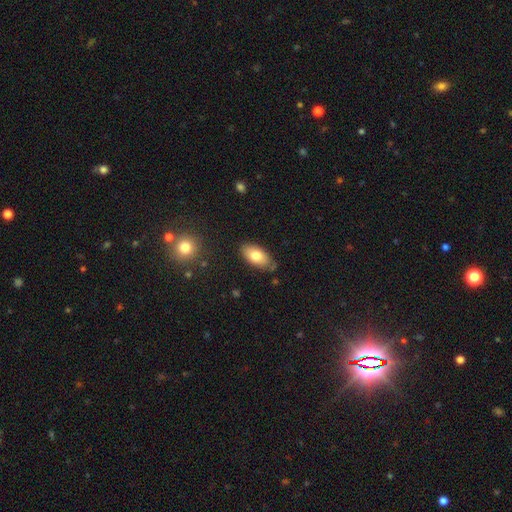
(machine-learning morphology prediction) This appears to be a smooth galaxy with no disk features (76%) that is in between round and cigar-shaped (92%). Merging: none (78%).